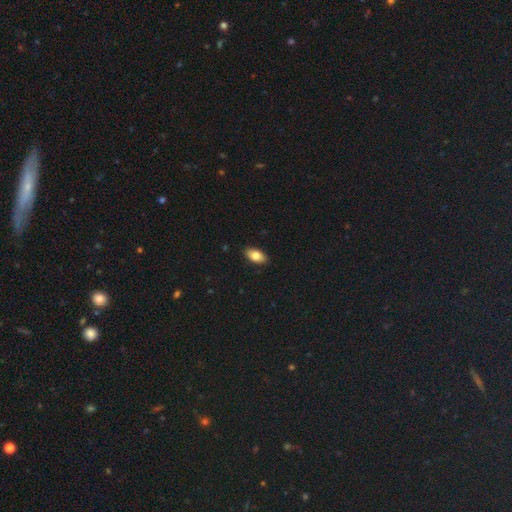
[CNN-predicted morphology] Smooth or featured?
  - smooth: 82% *
  - featured or disk: 11%
  - star or artifact: 7%
How rounded?
  - in between: 92% *
  - cigar-shaped: 4%
  - round: 4%
Merging?
  - none: 89% *
  - minor disturbance: 9%
  - major disturbance: 2%
  - merger: 1%